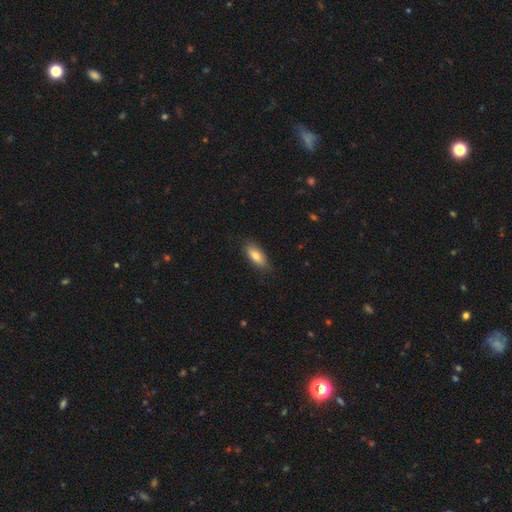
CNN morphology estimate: This is likely a smooth galaxy (77%). How rounded: likely in between (79%). Merging: clearly none (82%).